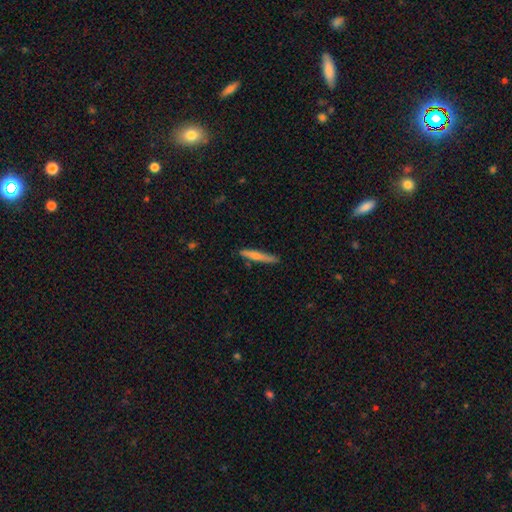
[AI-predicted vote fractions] A smooth galaxy with no disk features (65%) that is cigar-shaped (93%).

Vote fractions:
- Smooth or featured? smooth: 65% / featured or disk: 29% / star or artifact: 6%
- How rounded? cigar-shaped: 93% / in between: 5% / round: 1%
- Merging? none: 83% / minor disturbance: 13% / merger: 2% / major disturbance: 2%